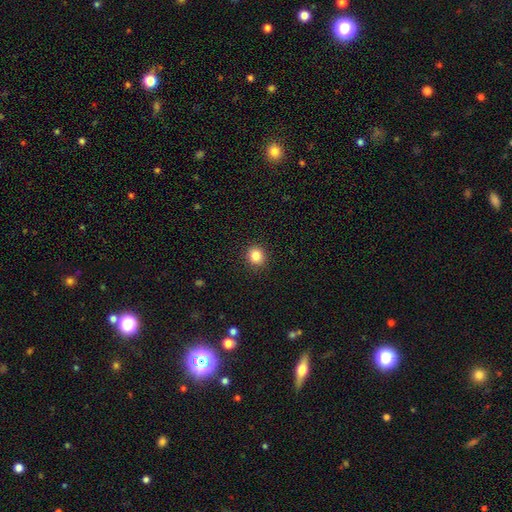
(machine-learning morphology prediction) type=smooth (85%); roundness=round (82%); merging=none (91%).